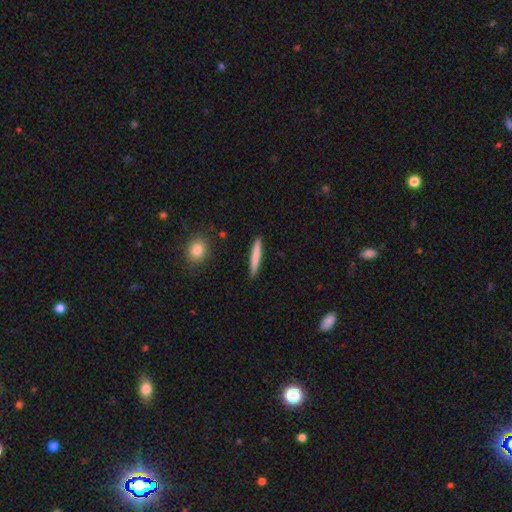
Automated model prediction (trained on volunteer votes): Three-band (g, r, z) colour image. It shows a smooth galaxy with no disk features (75%) that is cigar-shaped (95%). Merging: none (90%).